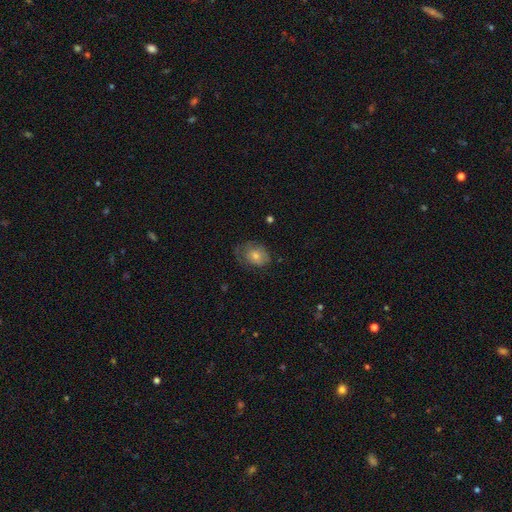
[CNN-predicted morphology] Smooth or featured? Predicted: smooth (p=0.57). How rounded? Predicted: in between (p=0.60). Merging? Predicted: none (p=0.60).